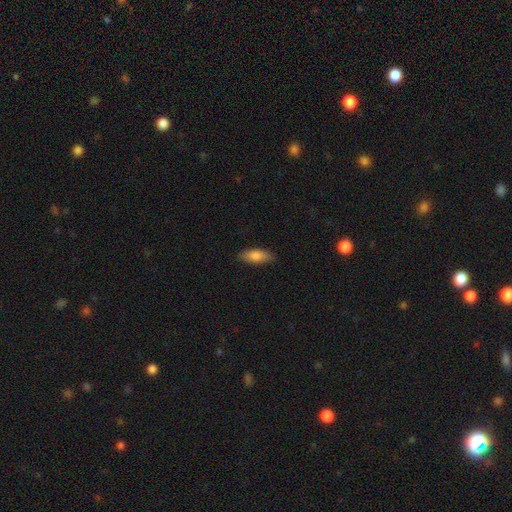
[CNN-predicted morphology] type=smooth (82%); roundness=in between (73%); merging=none (85%).